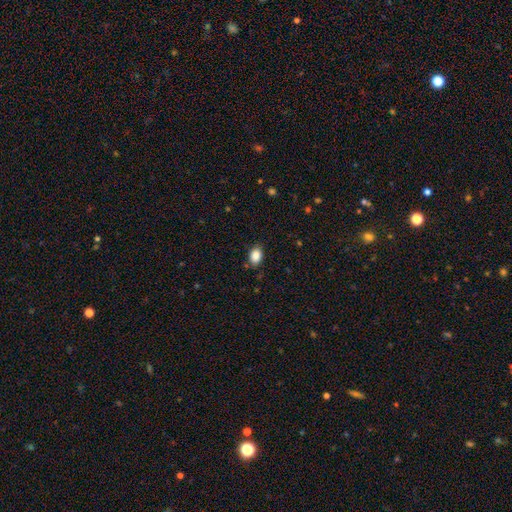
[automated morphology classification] Overall: smooth (87%). How rounded: in between (75%). Merging: none (83%).